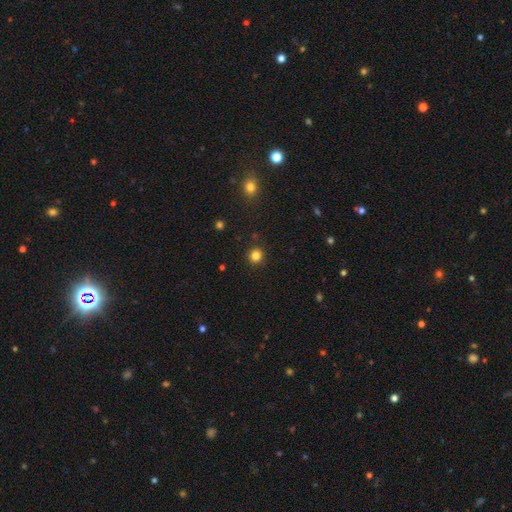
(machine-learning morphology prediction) type=smooth (83%); roundness=round (93%); merging=none (91%).